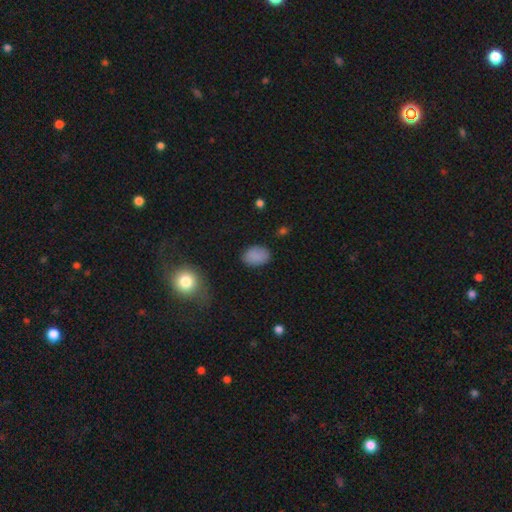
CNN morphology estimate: This is clearly a smooth galaxy (86%). How rounded: clearly in between (82%). Merging: clearly none (82%).